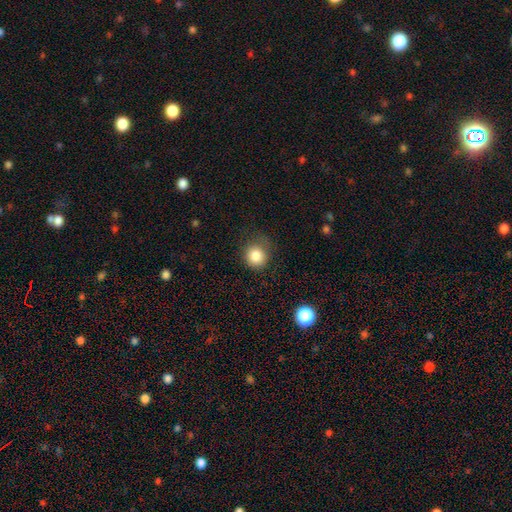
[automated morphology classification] Smooth or featured? smooth (85%)
How rounded? round (89%)
Merging? none (70%)